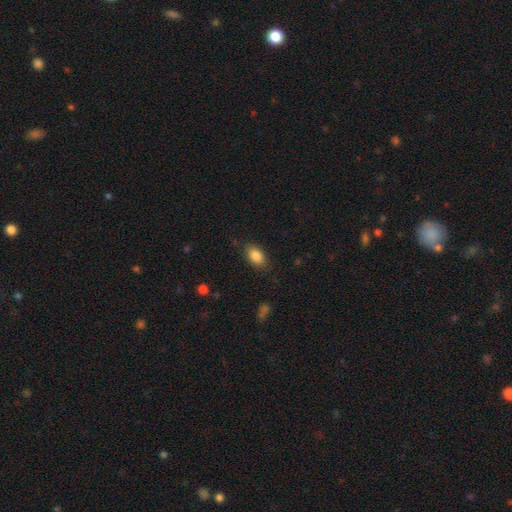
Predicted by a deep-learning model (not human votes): Morphology: type=smooth (86%); roundness=in between (89%); merging=none (84%).